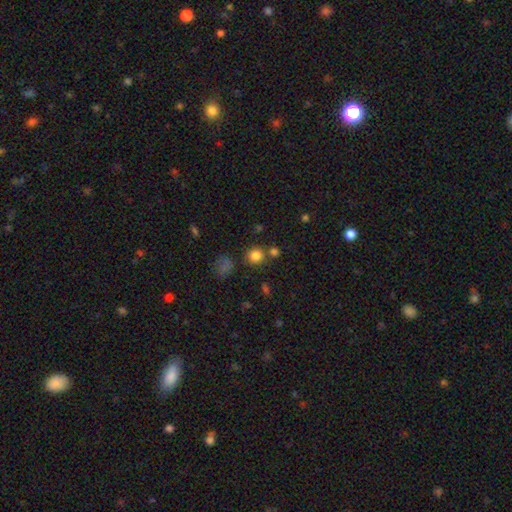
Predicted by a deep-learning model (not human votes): This appears to be a smooth galaxy with no disk features (81%) that is round (89%). Merging: none (75%).